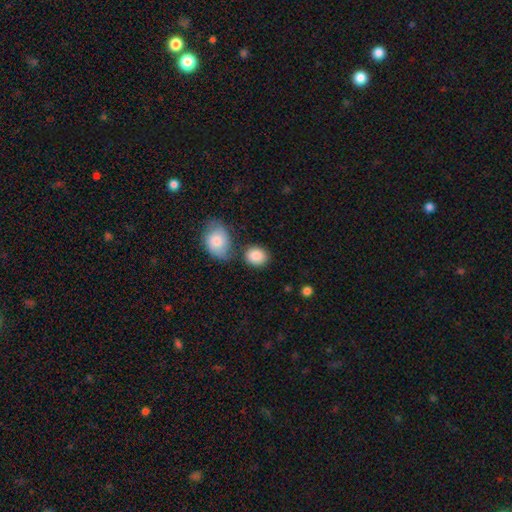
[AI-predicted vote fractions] This is clearly a smooth galaxy (87%). How rounded: possibly round (52%). Merging: likely none (69%).